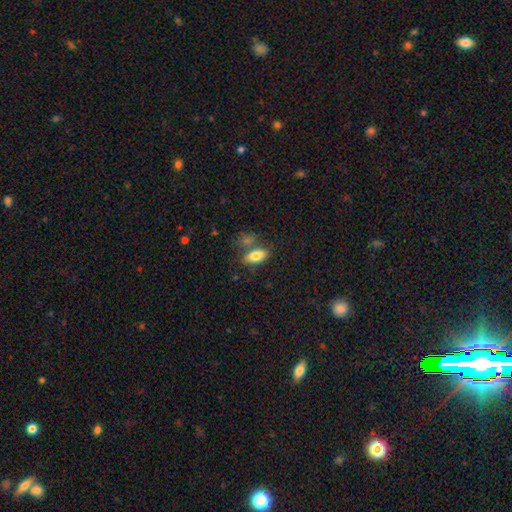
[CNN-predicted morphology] smooth-or-featured: smooth: 81% | featured or disk: 11% | star or artifact: 7%
  how-rounded: in between: 88% | cigar-shaped: 7% | round: 5%
  merging: none: 62% | merger: 19% | minor disturbance: 14% | major disturbance: 5%